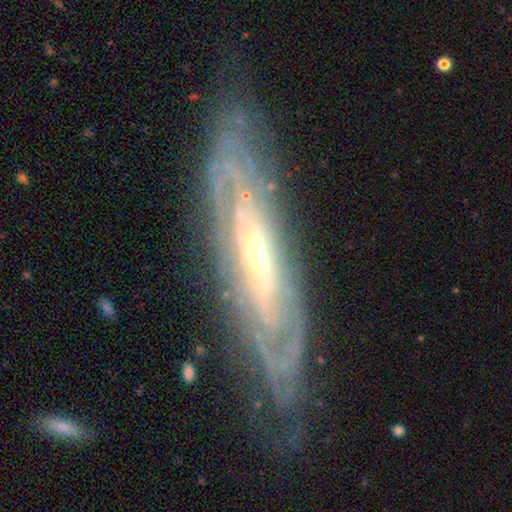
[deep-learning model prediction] Smooth or featured? Predicted: featured or disk (p=0.83). Edge-on disk? Predicted: no (p=0.67). Bar? Predicted: no (p=0.56). Spiral arms? Predicted: yes (p=0.82). Bulge size? Predicted: small (p=0.50). Merging? Predicted: none (p=0.75).